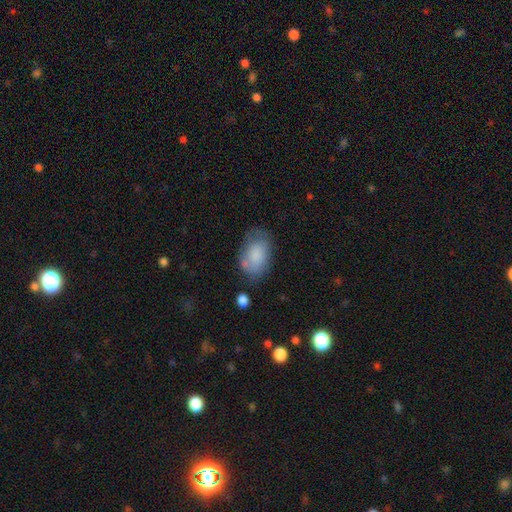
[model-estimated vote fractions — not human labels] Smooth or featured? smooth (78%)
How rounded? in between (89%)
Merging? none (59%)